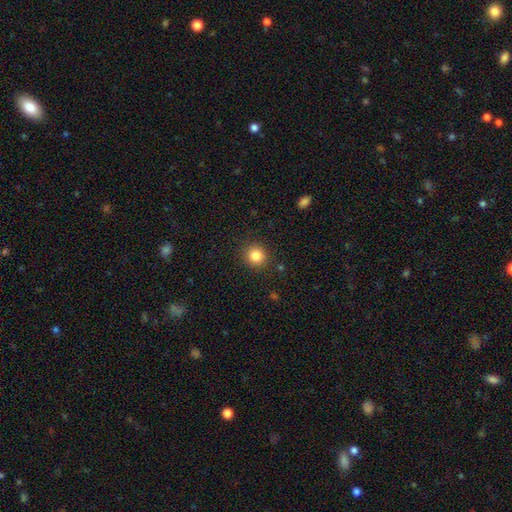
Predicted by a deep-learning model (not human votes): Morphology: type=smooth (84%); roundness=round (92%); merging=none (90%).